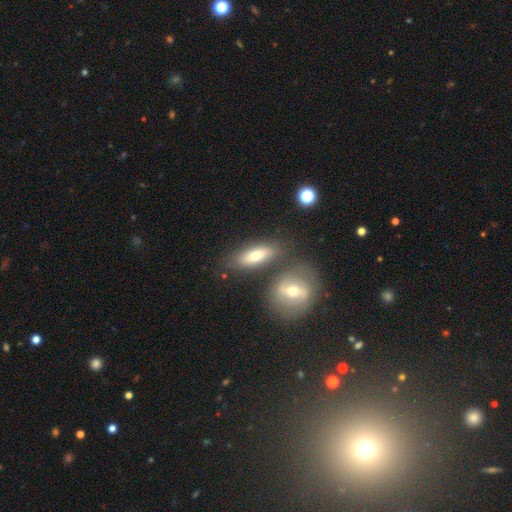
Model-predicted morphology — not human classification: This is likely a smooth galaxy (66%). How rounded: likely in between (65%). Merging: likely none (68%).